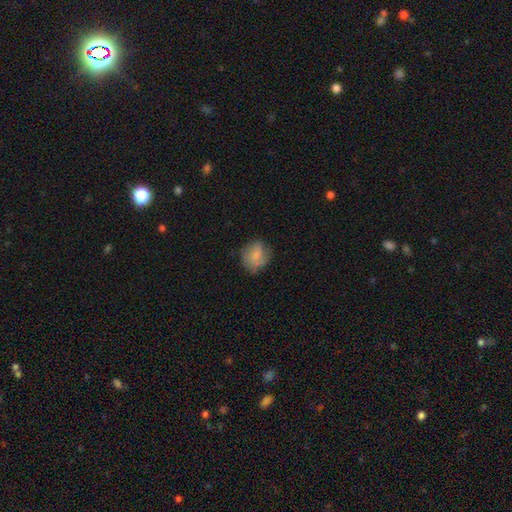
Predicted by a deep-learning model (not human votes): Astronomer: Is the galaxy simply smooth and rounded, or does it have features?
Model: smooth — 76%.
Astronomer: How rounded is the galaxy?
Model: round — 71%.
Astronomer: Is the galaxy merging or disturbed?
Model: none — 66%.